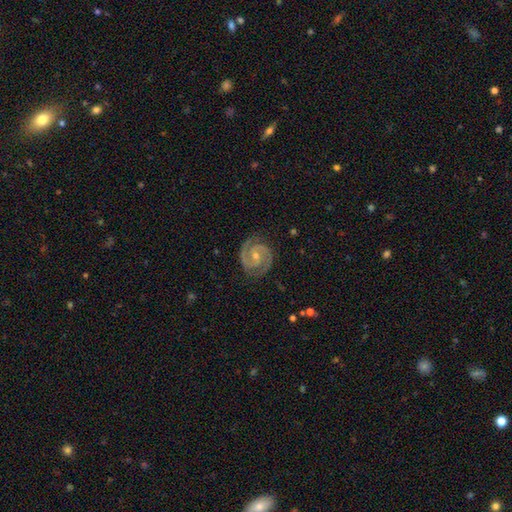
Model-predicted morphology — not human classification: smooth-or-featured: featured or disk: 92% | star or artifact: 5% | smooth: 3%
  disk-edge-on: no: 98% | yes: 2%
    bar: no: 49% | weak: 36% | strong: 15%
    has-spiral-arms: yes: 99% | no: 1%
      spiral-winding: tight: 61% | medium: 36% | loose: 4%
      spiral-arm-count: 2: 93% | 3: 2% | can't tell: 2% | 1: 1% | 4: 1% | more than 4: 1%
    bulge-size: small: 57% | moderate: 38% | none: 2% | large: 1% | dominant: 1%
  merging: none: 85% | minor disturbance: 11% | major disturbance: 3% | merger: 1%